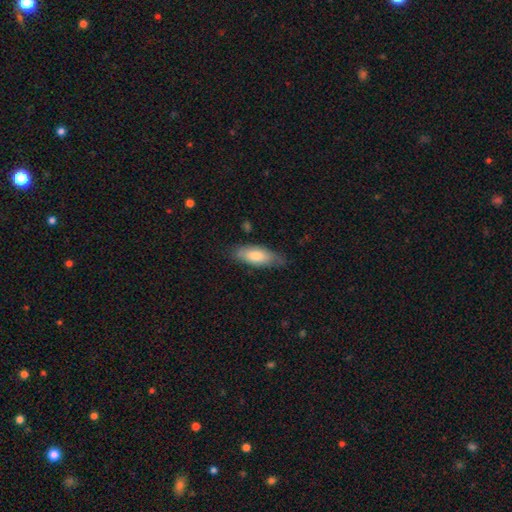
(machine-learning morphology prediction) A smooth galaxy with no disk features (73%) that is in between round and cigar-shaped (71%). Merging: none (72%).